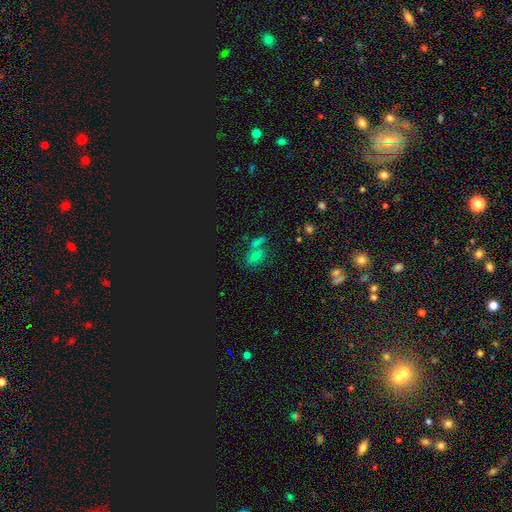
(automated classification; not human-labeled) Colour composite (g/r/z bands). It shows a star or artifact, not a galaxy (45%).